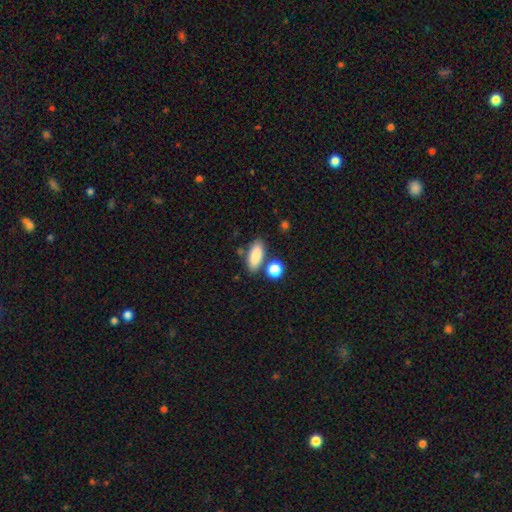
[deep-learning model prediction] Q: Smooth or featured?
A: smooth (86%); runner-up: star or artifact (7%)
Q: How rounded?
A: in between (81%); runner-up: cigar-shaped (15%)
Q: Merging?
A: none (73%); runner-up: minor disturbance (12%)